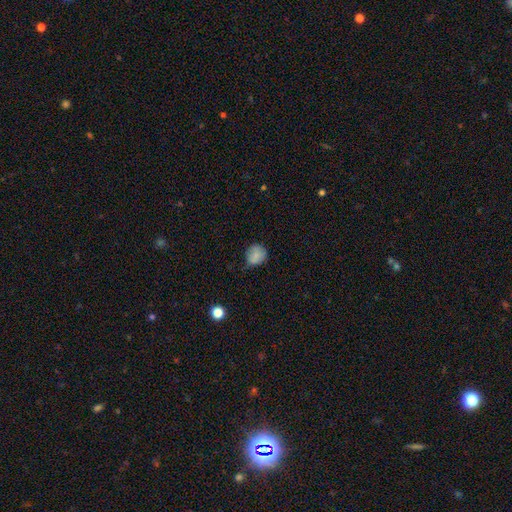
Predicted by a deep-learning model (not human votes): Smooth or featured? Predicted: smooth (p=0.80). How rounded? Predicted: round (p=0.80). Merging? Predicted: none (p=0.61).